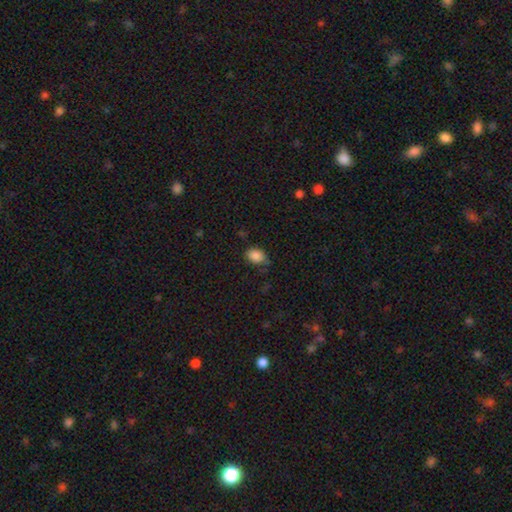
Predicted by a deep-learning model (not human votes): Overall: smooth (87%). How rounded: in between (78%). Merging: none (66%).